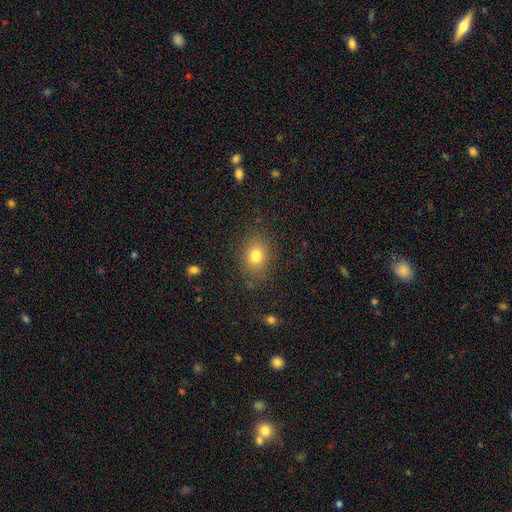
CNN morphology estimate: Smooth or featured: smooth — 79% (star or artifact — 12%)
How rounded: in between — 59% (round — 40%)
Merging: none — 82% (minor disturbance — 12%)